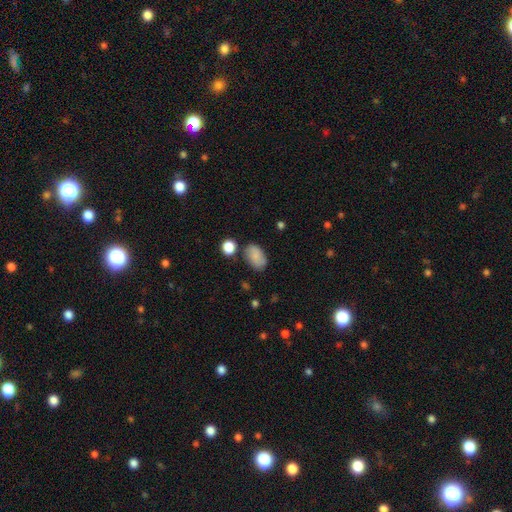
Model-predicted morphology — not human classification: Smooth or featured? Predicted: smooth (p=0.79). How rounded? Predicted: in between (p=0.90). Merging? Predicted: none (p=0.71).